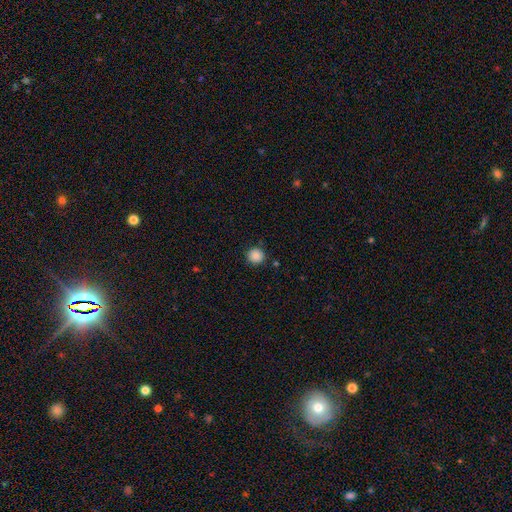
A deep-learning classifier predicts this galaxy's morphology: smooth 87%, star or artifact 9%, featured or disk 3%. Down the decision tree: how rounded — round (93%); merging — none (89%).